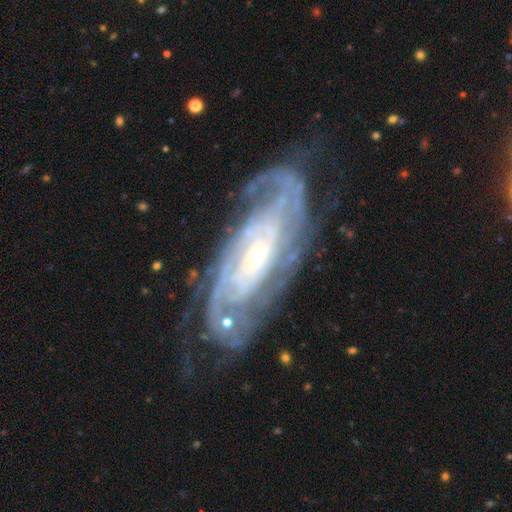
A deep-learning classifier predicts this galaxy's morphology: Smooth or featured? Predicted: featured or disk (p=0.89). Edge-on disk? Predicted: no (p=0.92). Bar? Predicted: no (p=0.62). Spiral arms? Predicted: yes (p=0.96). Spiral winding? Predicted: tight (p=0.72). Spiral arm count? Predicted: can't tell (p=0.37). Bulge size? Predicted: small (p=0.61). Merging? Predicted: none (p=0.69).